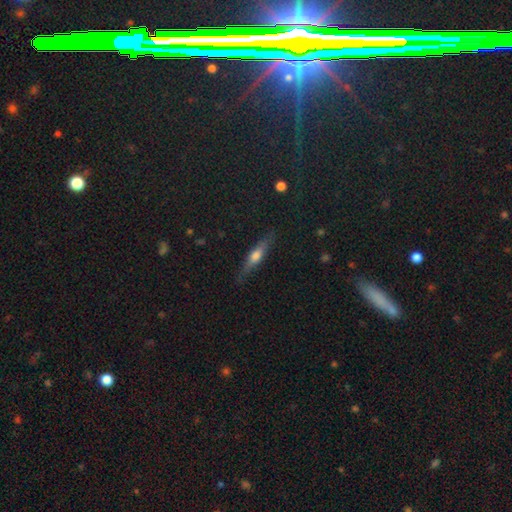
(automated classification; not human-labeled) Q: Smooth or featured?
A: smooth (48%); runner-up: featured or disk (45%)
Q: Merging?
A: none (81%); runner-up: minor disturbance (14%)